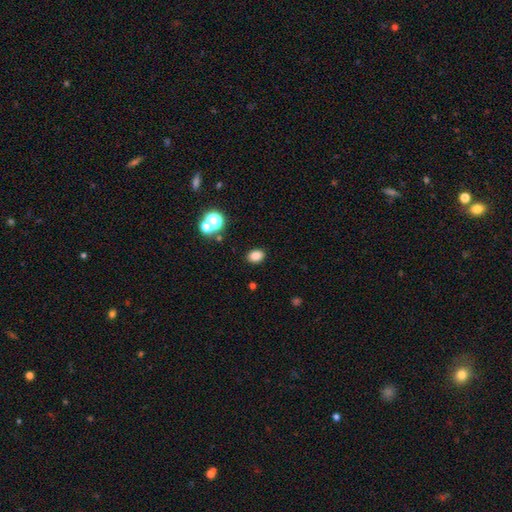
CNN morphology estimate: Smooth or featured?
  - smooth: 82% *
  - star or artifact: 13%
  - featured or disk: 5%
How rounded?
  - in between: 72% *
  - round: 27%
  - cigar-shaped: 1%
Merging?
  - none: 88% *
  - minor disturbance: 8%
  - major disturbance: 3%
  - merger: 2%